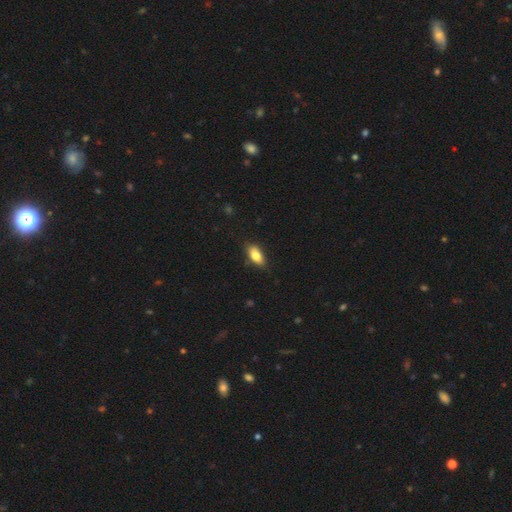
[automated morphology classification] This is clearly a smooth galaxy (80%). How rounded: clearly in between (86%). Merging: clearly none (82%).